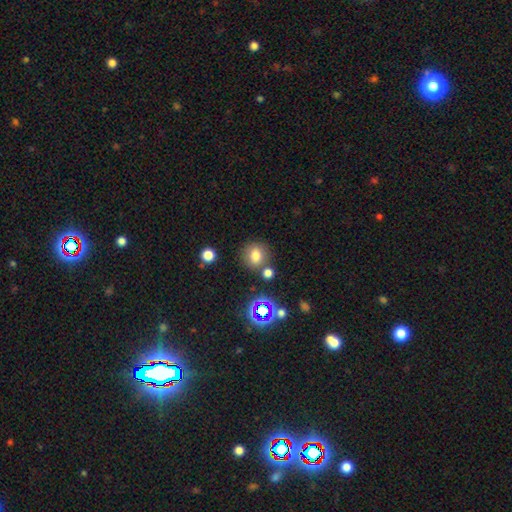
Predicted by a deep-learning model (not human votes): Smooth or featured?
  - smooth: 74% *
  - star or artifact: 17%
  - featured or disk: 10%
How rounded?
  - round: 71% *
  - in between: 27%
  - cigar-shaped: 1%
Merging?
  - none: 73% *
  - minor disturbance: 12%
  - merger: 11%
  - major disturbance: 4%